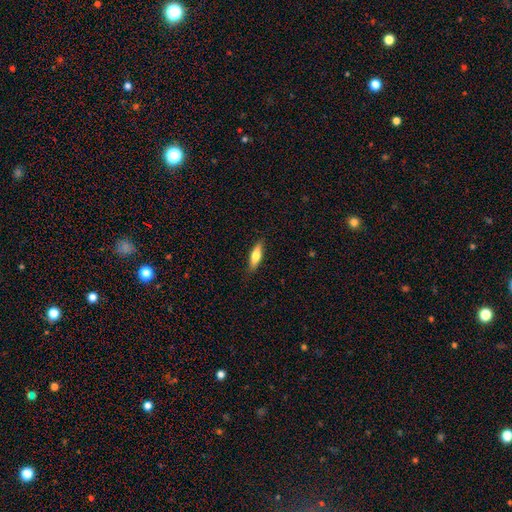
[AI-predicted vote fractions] A smooth galaxy with no disk features (65%) that is cigar-shaped (59%).

Vote fractions:
- Smooth or featured? smooth: 65% / featured or disk: 29% / star or artifact: 6%
- How rounded? cigar-shaped: 59% / in between: 39% / round: 2%
- Merging? none: 87% / minor disturbance: 10% / major disturbance: 2% / merger: 1%